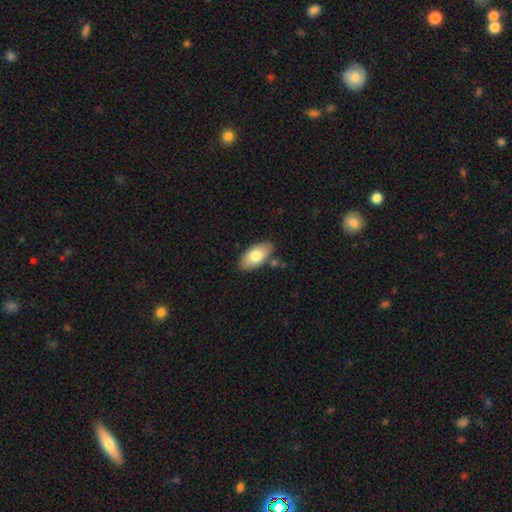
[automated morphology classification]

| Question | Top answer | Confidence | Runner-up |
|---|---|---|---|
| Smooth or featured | smooth | 75% | featured or disk (19%) |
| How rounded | in between | 93% | cigar-shaped (4%) |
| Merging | none | 79% | minor disturbance (13%) |